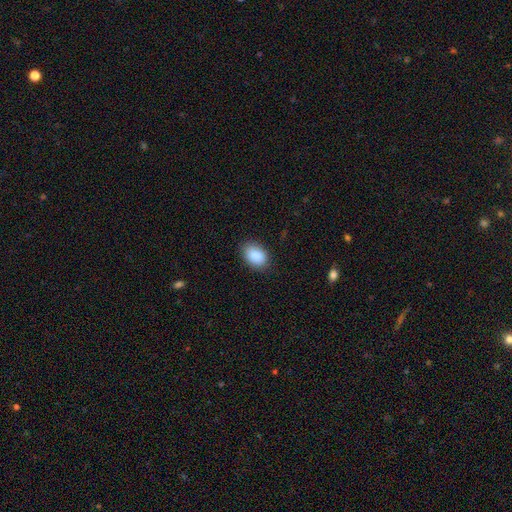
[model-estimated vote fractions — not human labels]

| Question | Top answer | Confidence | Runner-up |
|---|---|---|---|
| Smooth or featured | smooth | 89% | star or artifact (7%) |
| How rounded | in between | 85% | round (14%) |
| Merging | none | 85% | minor disturbance (11%) |